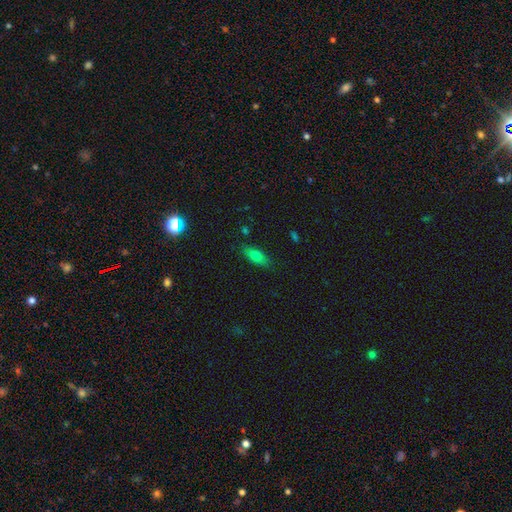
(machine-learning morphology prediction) This appears to be a smooth galaxy with no disk features (71%) that is in between round and cigar-shaped (70%). Merging: none (83%).